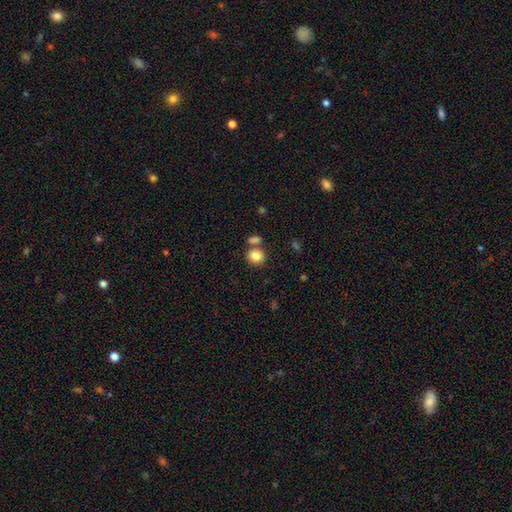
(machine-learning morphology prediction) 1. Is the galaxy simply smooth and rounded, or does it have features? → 84% smooth, 9% star or artifact, 7% featured or disk.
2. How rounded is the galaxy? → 78% round, 21% in between, 1% cigar-shaped.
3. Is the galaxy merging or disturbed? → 68% none, 20% merger, 10% minor disturbance, 3% major disturbance.